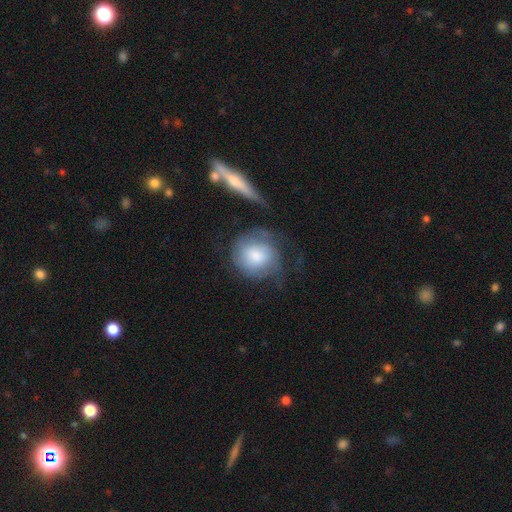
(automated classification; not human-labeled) smooth 61%, featured or disk 32%, star or artifact 7%. Down the decision tree: how rounded — round (86%); merging — none (44%).